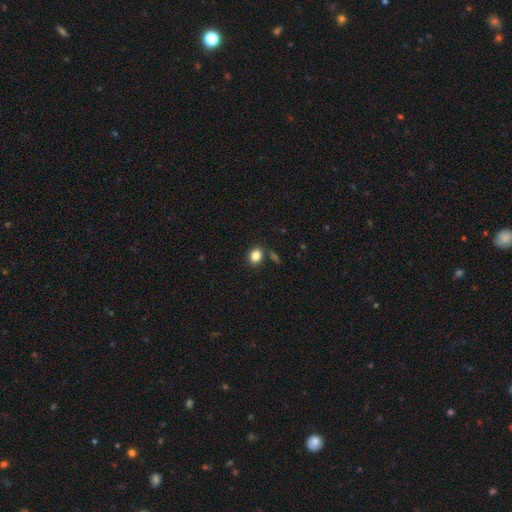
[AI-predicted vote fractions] Smooth or featured: smooth — 84% (star or artifact — 10%)
How rounded: in between — 56% (round — 43%)
Merging: none — 82% (minor disturbance — 10%)